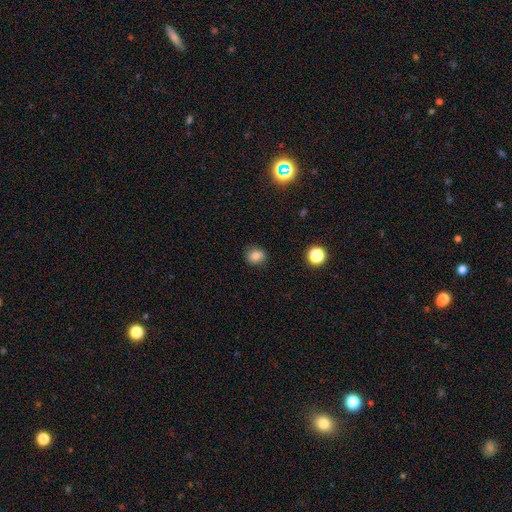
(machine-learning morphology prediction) Smooth or featured?
  - smooth: 82% *
  - star or artifact: 12%
  - featured or disk: 6%
How rounded?
  - round: 69% *
  - in between: 30%
  - cigar-shaped: 1%
Merging?
  - none: 86% *
  - minor disturbance: 10%
  - major disturbance: 2%
  - merger: 1%